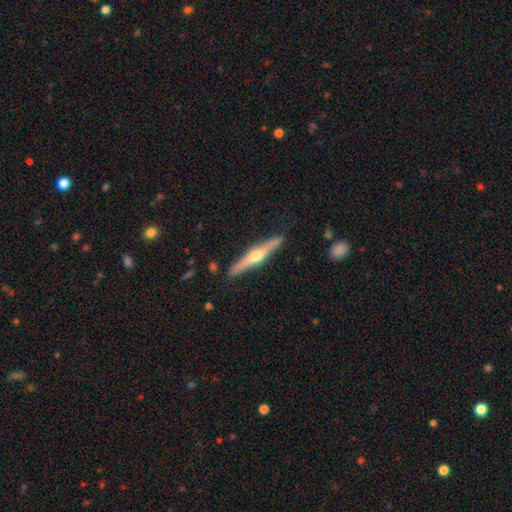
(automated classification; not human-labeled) Smooth or featured: featured or disk — 70% (smooth — 25%)
Edge-on disk: yes — 97% (no — 3%)
Edge-on bulge: rounded — 93% (none — 4%)
Merging: none — 89% (minor disturbance — 8%)